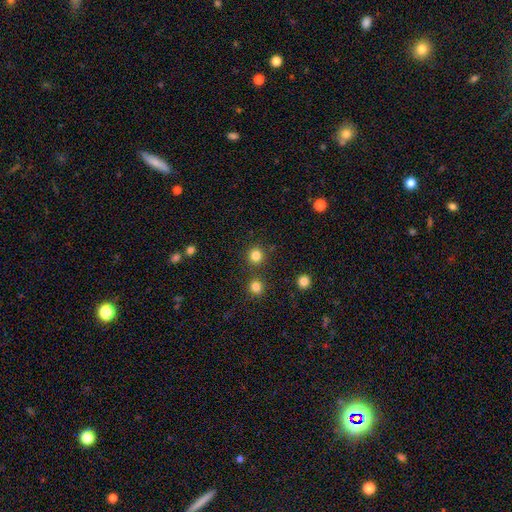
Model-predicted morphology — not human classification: smooth 82%, star or artifact 14%, featured or disk 4%. Down the decision tree: how rounded — round (93%); merging — none (84%).